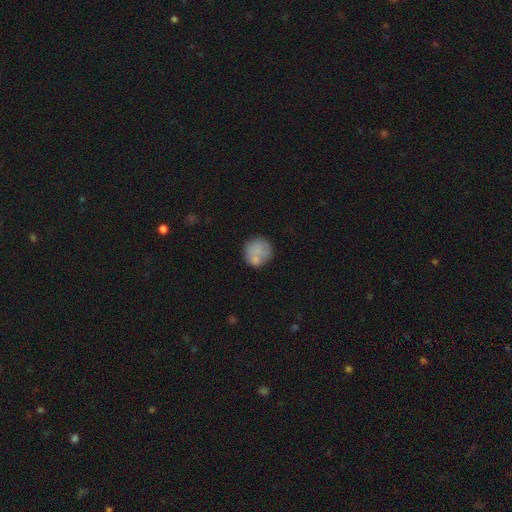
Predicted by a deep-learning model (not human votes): A smooth galaxy with no disk features (72%) that is round (89%). Merging: none (63%).